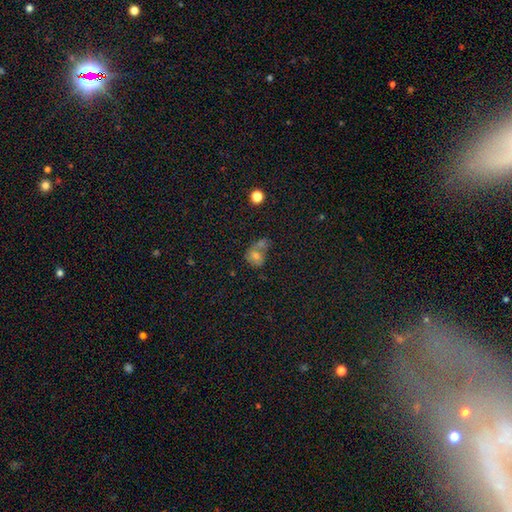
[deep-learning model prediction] smooth-or-featured: smooth: 61% | featured or disk: 20% | star or artifact: 19%
  how-rounded: round: 59% | in between: 40% | cigar-shaped: 1%
  merging: merger: 51% | none: 31% | minor disturbance: 11% | major disturbance: 7%